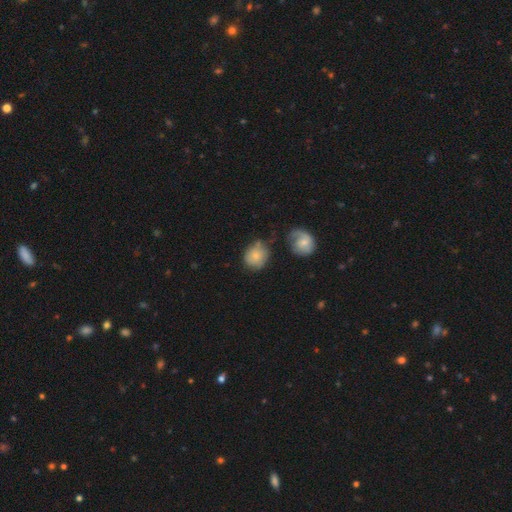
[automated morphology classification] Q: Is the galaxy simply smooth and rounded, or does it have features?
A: smooth — 73%.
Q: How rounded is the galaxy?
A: round — 77%.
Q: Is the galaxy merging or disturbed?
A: none — 57%.